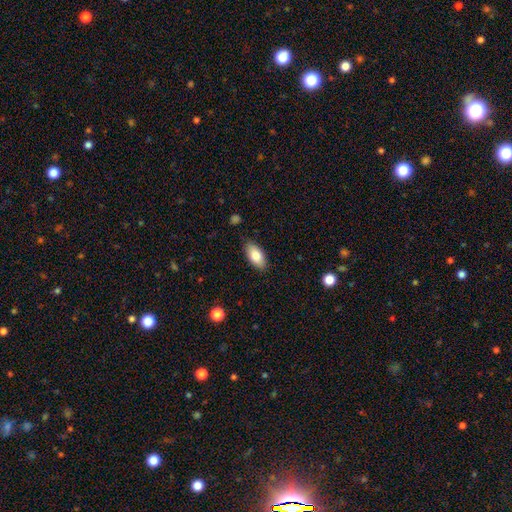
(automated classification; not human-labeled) smooth_or_featured: smooth (p=0.81) [alt: featured or disk p=0.12]
how_rounded: in between (p=0.91) [alt: cigar-shaped p=0.06]
merging: none (p=0.85) [alt: minor disturbance p=0.12]